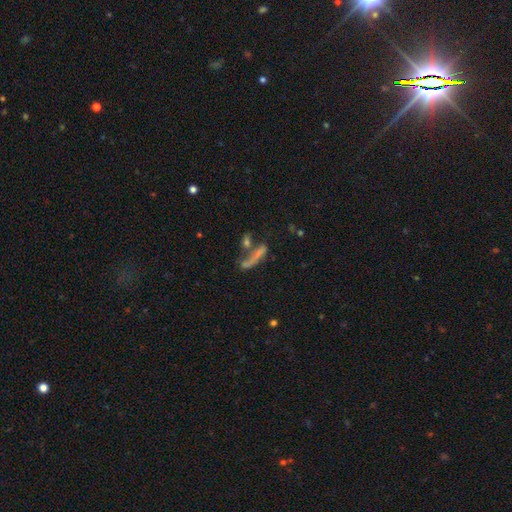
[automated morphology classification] A smooth galaxy with no disk features (53%) that is cigar-shaped (75%). Merging: none (38%).